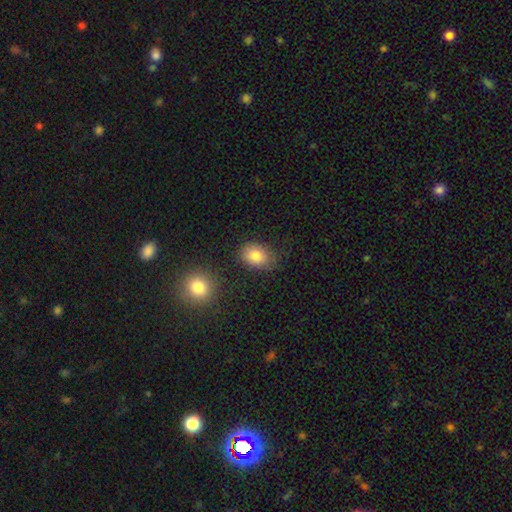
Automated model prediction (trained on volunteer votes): smooth-or-featured: smooth: 82% | star or artifact: 9% | featured or disk: 8%
  how-rounded: in between: 68% | round: 31% | cigar-shaped: 1%
  merging: none: 74% | minor disturbance: 18% | major disturbance: 4% | merger: 3%